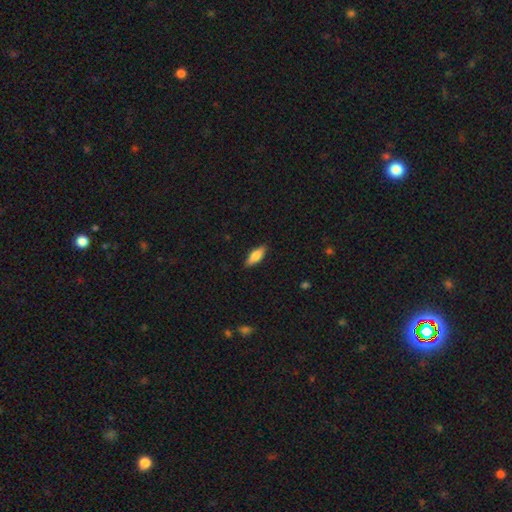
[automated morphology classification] Smooth or featured?
  - smooth: 74% *
  - featured or disk: 20%
  - star or artifact: 6%
How rounded?
  - in between: 67% *
  - cigar-shaped: 30%
  - round: 2%
Merging?
  - none: 86% *
  - minor disturbance: 10%
  - major disturbance: 2%
  - merger: 1%